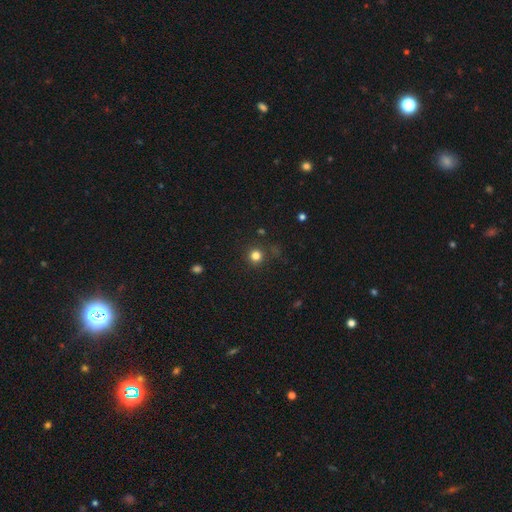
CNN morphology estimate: A smooth galaxy with no disk features (79%) that is round (94%). Merging: none (86%).